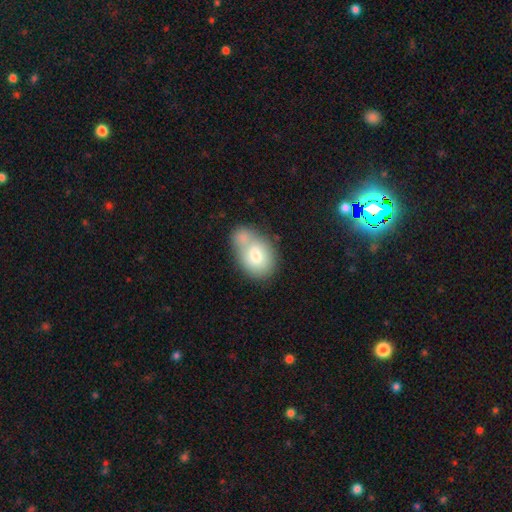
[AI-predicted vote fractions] smooth-or-featured: smooth: 73% | featured or disk: 20% | star or artifact: 7%
  how-rounded: in between: 77% | round: 21% | cigar-shaped: 1%
  merging: merger: 46% | none: 31% | minor disturbance: 16% | major disturbance: 7%